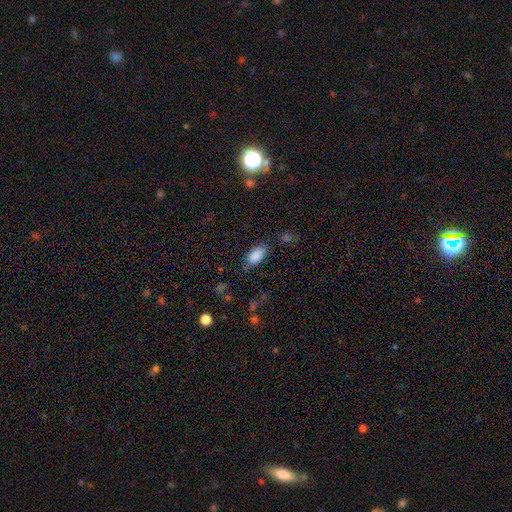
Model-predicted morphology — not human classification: This is clearly a smooth galaxy (87%). How rounded: clearly in between (93%). Merging: likely none (76%).